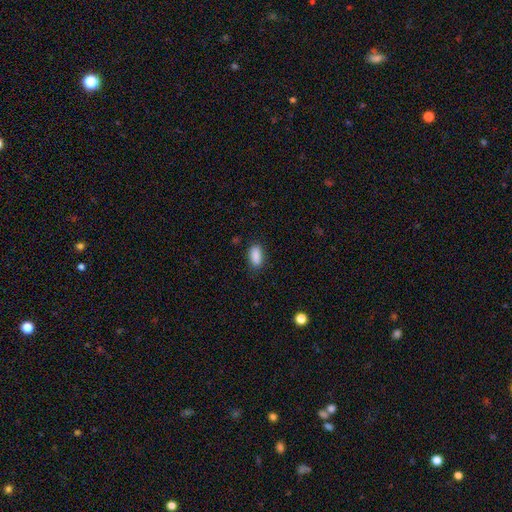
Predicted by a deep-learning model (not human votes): smooth 90%, star or artifact 7%, featured or disk 3%. Down the decision tree: how rounded — in between (91%); merging — none (85%).